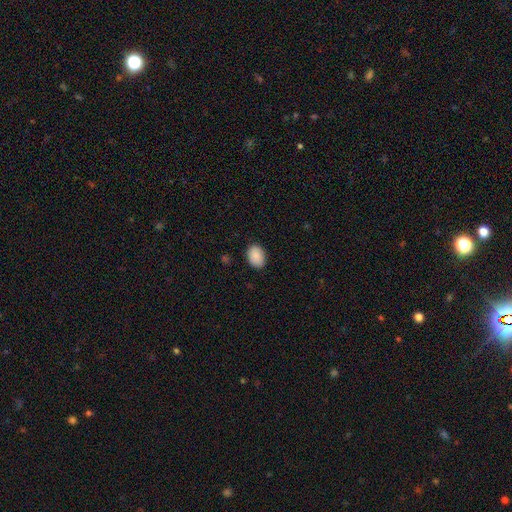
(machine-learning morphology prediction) This is clearly a smooth galaxy (89%). How rounded: likely in between (75%). Merging: clearly none (87%).